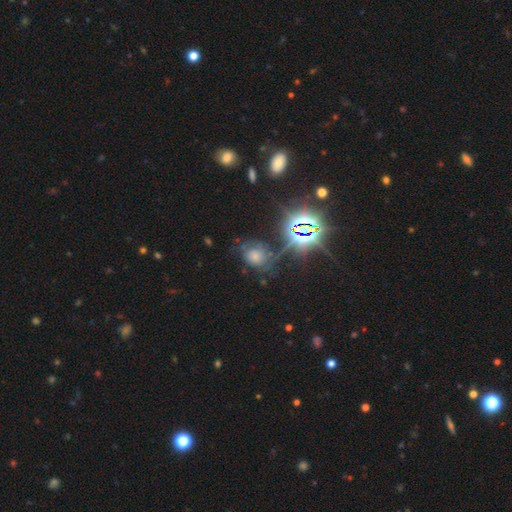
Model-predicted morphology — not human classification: type=star or artifact (57%).